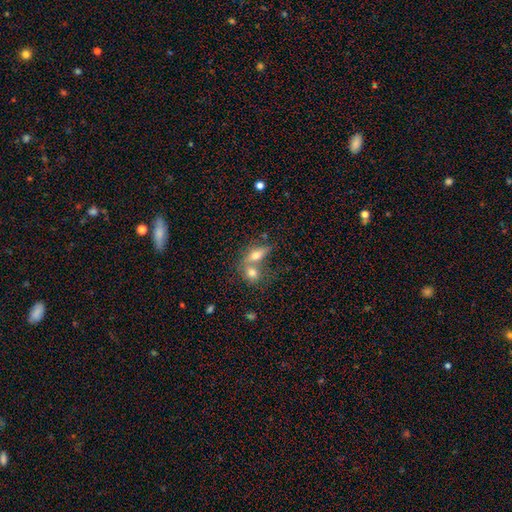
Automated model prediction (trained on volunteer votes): smooth 61%, featured or disk 29%, star or artifact 10%. Down the decision tree: how rounded — in between (62%); merging — merger (54%).